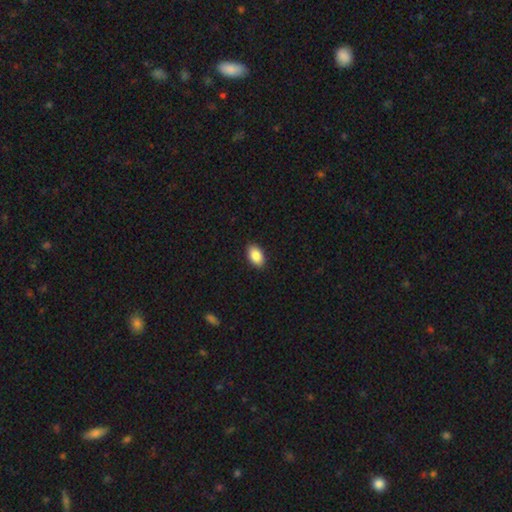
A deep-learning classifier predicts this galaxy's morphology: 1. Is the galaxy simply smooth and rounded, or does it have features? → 89% smooth, 7% star or artifact, 4% featured or disk.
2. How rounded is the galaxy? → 92% in between, 6% round, 1% cigar-shaped.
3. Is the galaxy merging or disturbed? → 90% none, 8% minor disturbance, 2% major disturbance, 1% merger.